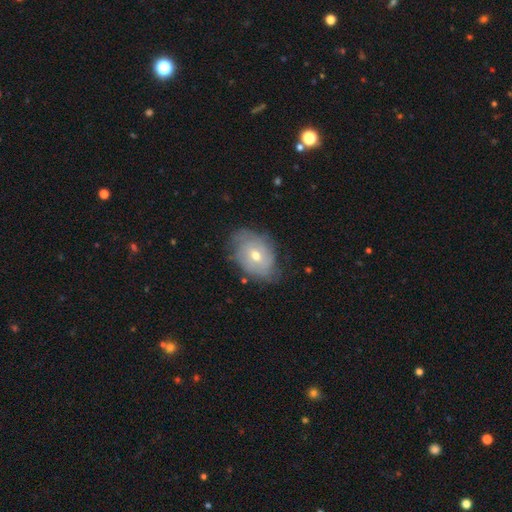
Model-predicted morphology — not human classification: A featured or disk galaxy (57%) with no bar (67%), spiral arms (71%) and a moderate central bulge (57%).

Vote fractions:
- Smooth or featured? featured or disk: 57% / smooth: 34% / star or artifact: 8%
- Edge-on disk? no: 94% / yes: 6%
- Bar? no: 67% / weak: 27% / strong: 5%
- Spiral arms? yes: 71% / no: 29%
- Bulge size? moderate: 57% / small: 39% / large: 2% / none: 1% / dominant: 1%
- Merging? none: 64% / minor disturbance: 26% / major disturbance: 8% / merger: 2%